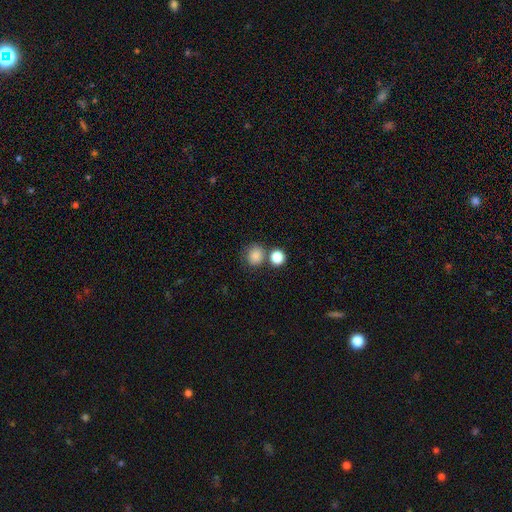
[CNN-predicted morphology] smooth 84%, star or artifact 11%, featured or disk 5%. Down the decision tree: how rounded — round (84%); merging — none (67%).